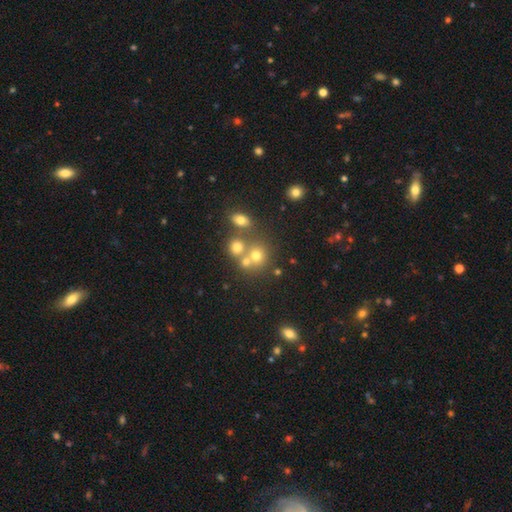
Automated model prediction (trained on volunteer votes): smooth_or_featured: smooth (p=0.61) [alt: star or artifact p=0.23]
how_rounded: round (p=0.80) [alt: in between p=0.19]
merging: none (p=0.50) [alt: merger p=0.37]